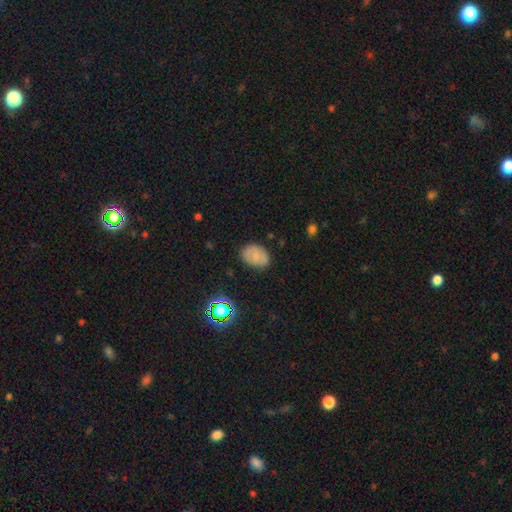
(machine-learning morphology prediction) A smooth galaxy with no disk features (75%) that is in between round and cigar-shaped (78%).

Vote fractions:
- Smooth or featured? smooth: 75% / featured or disk: 14% / star or artifact: 11%
- How rounded? in between: 78% / round: 21% / cigar-shaped: 1%
- Merging? none: 79% / minor disturbance: 16% / major disturbance: 4% / merger: 1%